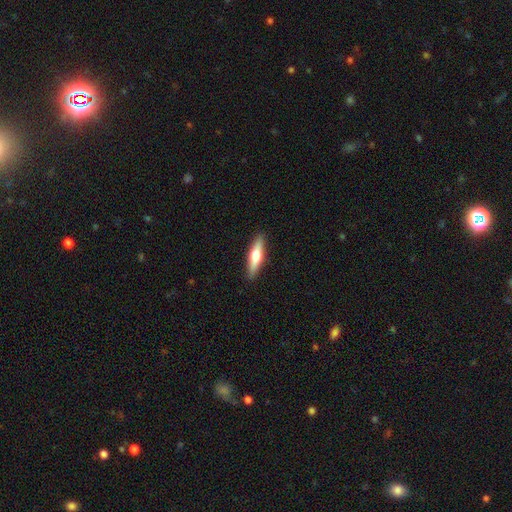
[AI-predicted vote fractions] Morphology: type=smooth (54%); roundness=cigar-shaped (70%); merging=none (90%).